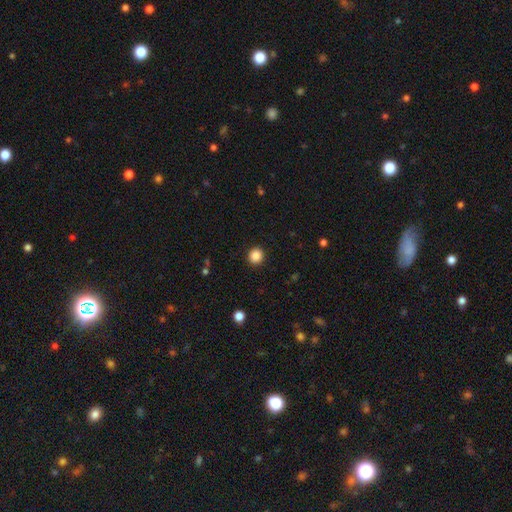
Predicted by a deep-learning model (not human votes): Smooth or featured? smooth (87%)
How rounded? round (88%)
Merging? none (92%)